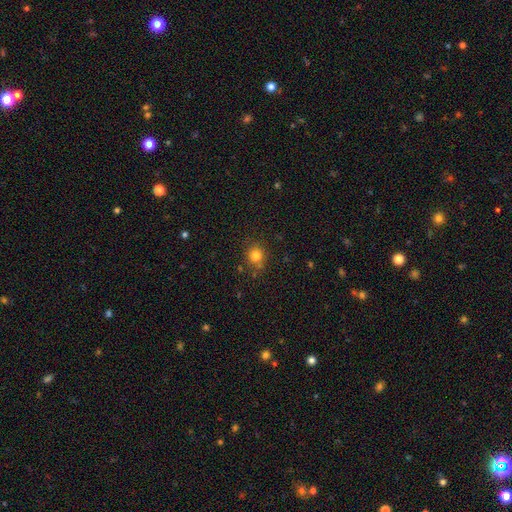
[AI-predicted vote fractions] A smooth galaxy with no disk features (81%) that is round (83%). Merging: none (77%).